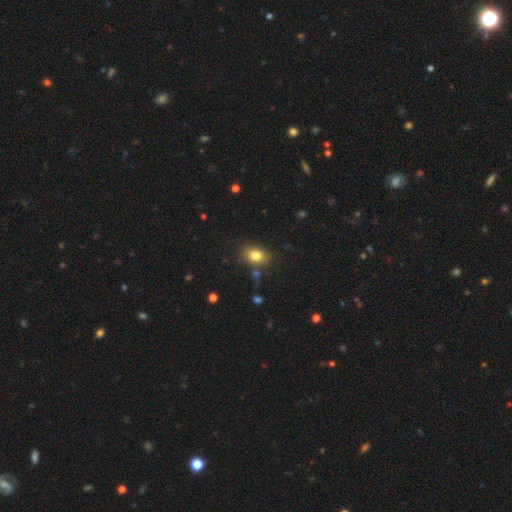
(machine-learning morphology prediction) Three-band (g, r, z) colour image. It shows a smooth galaxy with no disk features (81%) that is in between round and cigar-shaped (81%). Merging: none (80%).